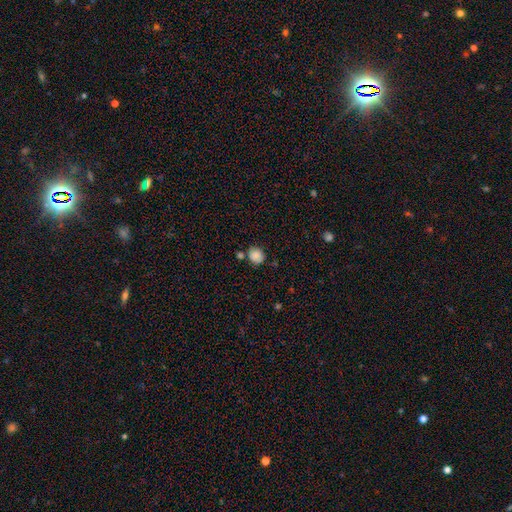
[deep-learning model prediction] Smooth or featured?
  - smooth: 85% *
  - star or artifact: 9%
  - featured or disk: 5%
How rounded?
  - round: 76% *
  - in between: 23%
  - cigar-shaped: 1%
Merging?
  - none: 70% *
  - minor disturbance: 16%
  - merger: 10%
  - major disturbance: 4%